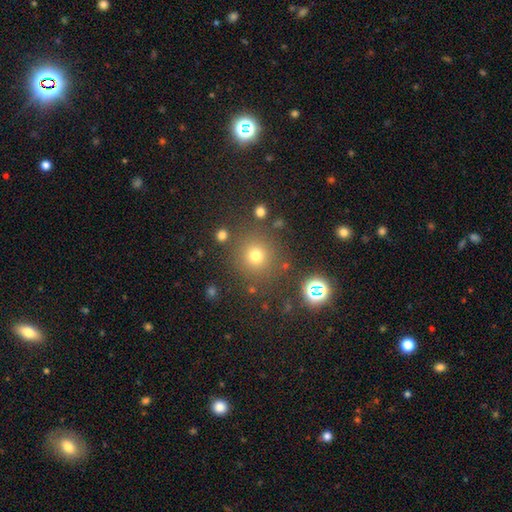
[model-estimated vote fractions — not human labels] Smooth or featured? Predicted: smooth (p=0.72). How rounded? Predicted: round (p=0.93). Merging? Predicted: none (p=0.83).